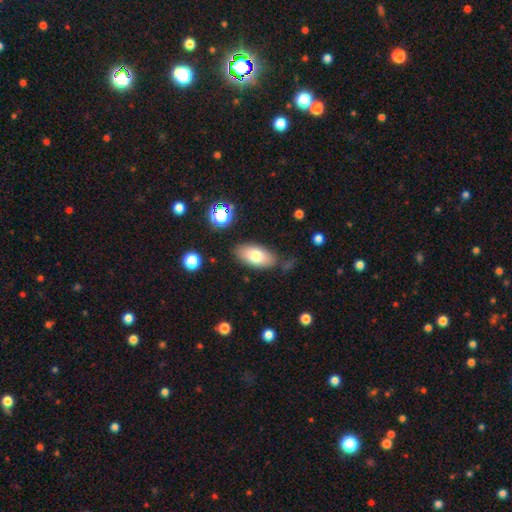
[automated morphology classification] Smooth or featured? Predicted: smooth (p=0.76). How rounded? Predicted: in between (p=0.91). Merging? Predicted: none (p=0.78).